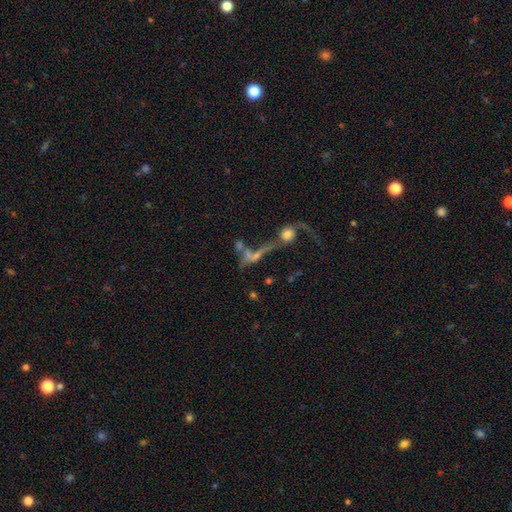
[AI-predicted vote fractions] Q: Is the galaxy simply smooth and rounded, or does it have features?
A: featured or disk — 49%.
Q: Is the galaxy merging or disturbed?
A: merger — 49%.